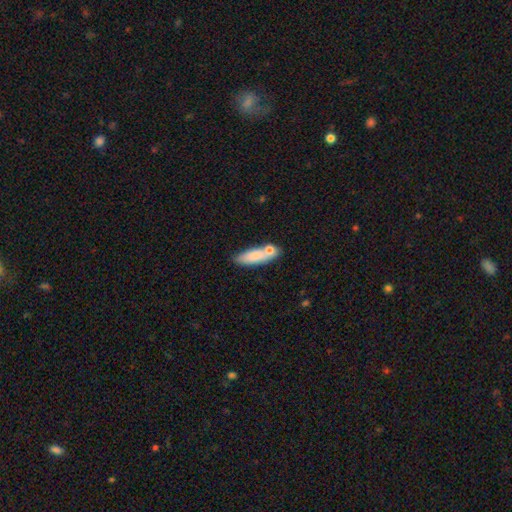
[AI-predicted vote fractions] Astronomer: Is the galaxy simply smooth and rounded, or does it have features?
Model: smooth — 79%.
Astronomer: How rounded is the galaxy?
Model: in between — 51% (runner-up: cigar-shaped, 46%).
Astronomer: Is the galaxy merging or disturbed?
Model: none — 58%.